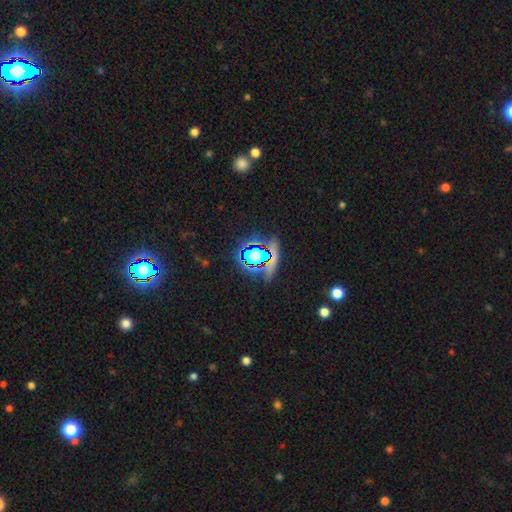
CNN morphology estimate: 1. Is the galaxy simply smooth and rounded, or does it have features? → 52% star or artifact, 33% smooth, 15% featured or disk.